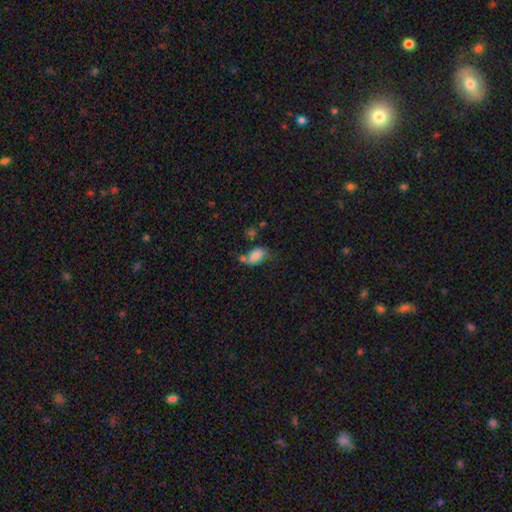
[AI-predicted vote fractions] A smooth galaxy with no disk features (76%) that is in between round and cigar-shaped (90%). Merging: none (38%).